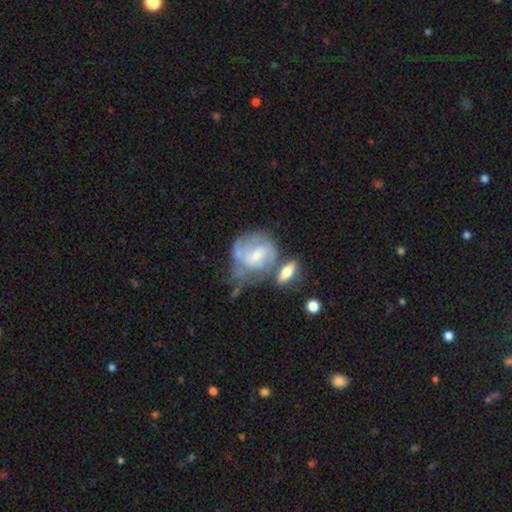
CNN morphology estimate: Smooth or featured?
  - featured or disk: 71% *
  - smooth: 22%
  - star or artifact: 7%
Edge-on disk?
  - no: 97% *
  - yes: 3%
Bar?
  - weak: 49% *
  - no: 37%
  - strong: 14%
Spiral arms?
  - yes: 83% *
  - no: 17%
Spiral winding?
  - tight: 44% *
  - medium: 40%
  - loose: 16%
Spiral arm count?
  - 2: 39% *
  - can't tell: 36%
  - 3: 13%
  - 1: 6%
  - 4: 4%
  - more than 4: 3%
Bulge size?
  - small: 50% *
  - moderate: 35%
  - none: 10%
  - large: 4%
  - dominant: 1%
Merging?
  - none: 36% *
  - merger: 25%
  - minor disturbance: 21%
  - major disturbance: 18%